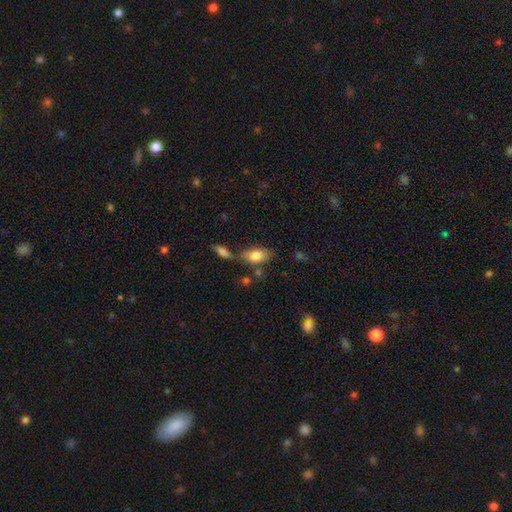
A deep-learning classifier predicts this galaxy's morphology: A smooth galaxy with no disk features (82%) that is in between round and cigar-shaped (91%). Merging: none (58%).